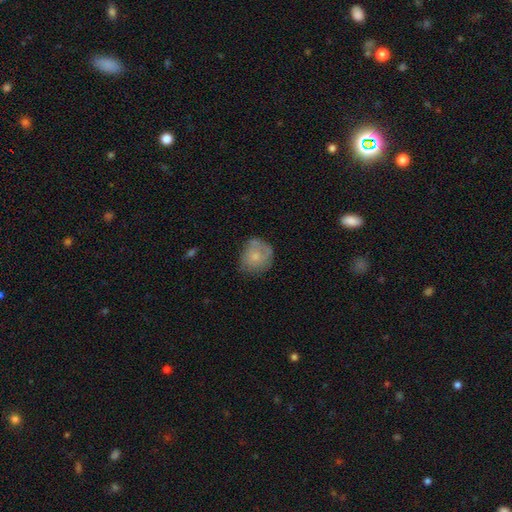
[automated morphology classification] smooth 63%, featured or disk 29%, star or artifact 8%. Down the decision tree: how rounded — round (80%); merging — none (58%).